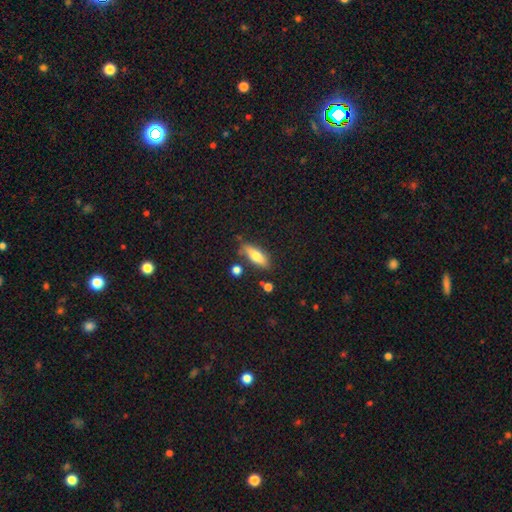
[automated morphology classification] smooth 66%, featured or disk 26%, star or artifact 7%. Down the decision tree: how rounded — in between (56%); merging — none (74%).